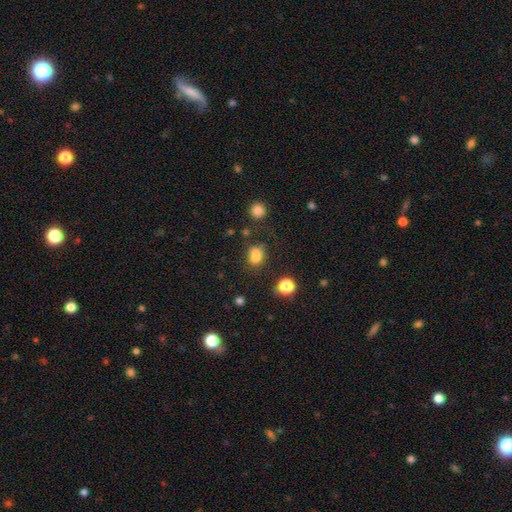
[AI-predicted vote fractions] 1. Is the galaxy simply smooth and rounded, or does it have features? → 78% smooth, 15% star or artifact, 7% featured or disk.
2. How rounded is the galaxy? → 59% in between, 39% round, 1% cigar-shaped.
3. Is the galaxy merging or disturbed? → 57% none, 20% minor disturbance, 15% merger, 8% major disturbance.